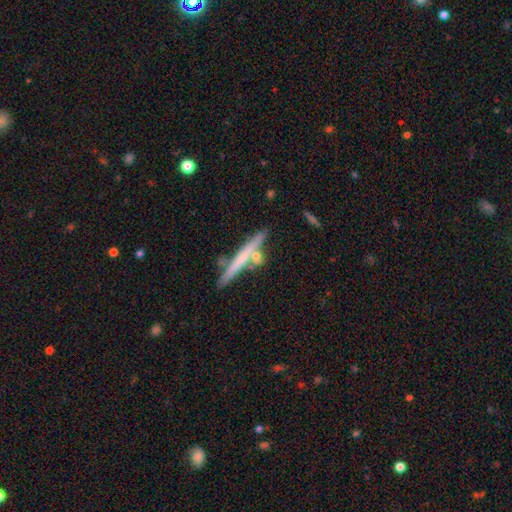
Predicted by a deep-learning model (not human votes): Smooth or featured? Predicted: smooth (p=0.51). How rounded? Predicted: cigar-shaped (p=0.88). Merging? Predicted: none (p=0.63).